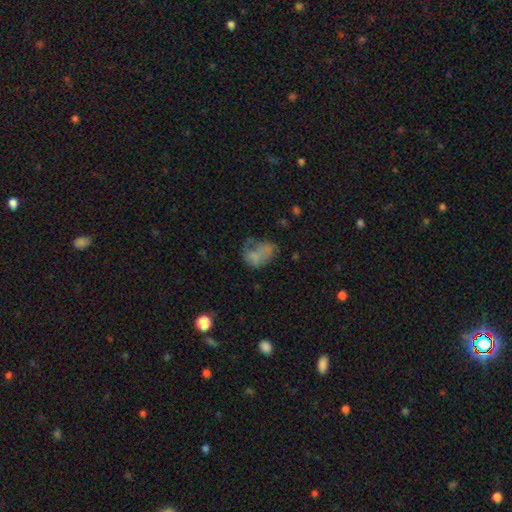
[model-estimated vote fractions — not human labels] smooth_or_featured: smooth (p=0.59) [alt: featured or disk p=0.29]
how_rounded: in between (p=0.70) [alt: round p=0.29]
merging: major disturbance (p=0.37) [alt: none p=0.28]